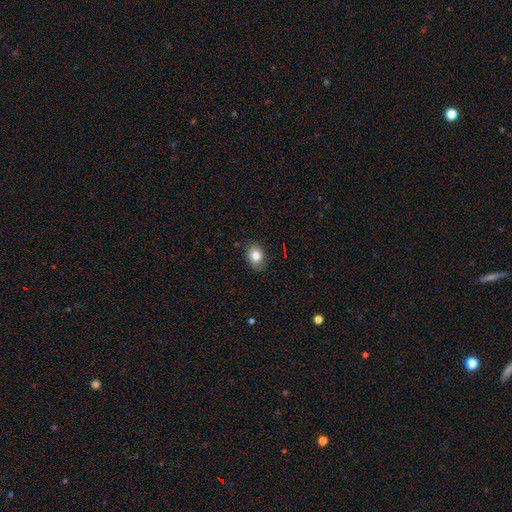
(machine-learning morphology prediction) Smooth or featured?
  - smooth: 82% *
  - star or artifact: 9%
  - featured or disk: 8%
How rounded?
  - in between: 64% *
  - round: 35%
  - cigar-shaped: 1%
Merging?
  - none: 82% *
  - minor disturbance: 14%
  - major disturbance: 3%
  - merger: 1%